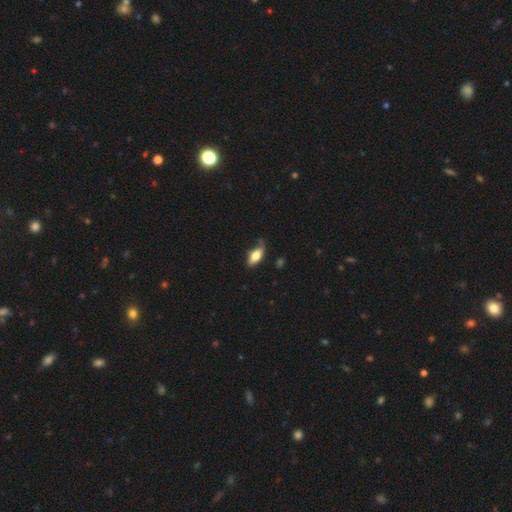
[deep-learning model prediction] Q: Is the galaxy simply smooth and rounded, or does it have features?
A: smooth — 74%.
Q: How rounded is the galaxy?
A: in between — 83%.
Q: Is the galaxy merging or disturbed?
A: none — 54%.